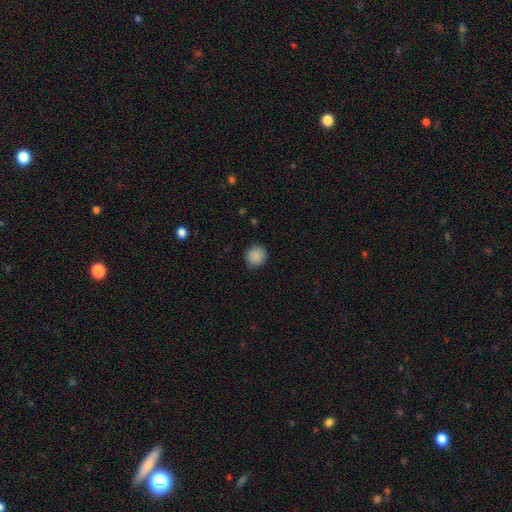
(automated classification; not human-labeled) Smooth or featured: smooth — 89% (star or artifact — 8%)
How rounded: round — 89% (in between — 10%)
Merging: none — 88% (minor disturbance — 9%)